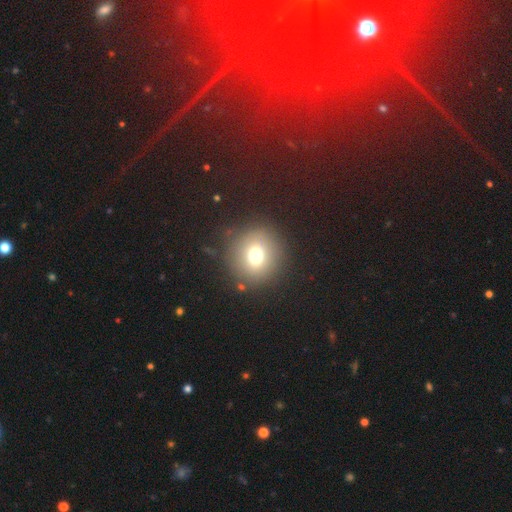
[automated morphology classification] Smooth or featured?
  - smooth: 71% *
  - star or artifact: 16%
  - featured or disk: 13%
How rounded?
  - round: 90% *
  - in between: 9%
  - cigar-shaped: 1%
Merging?
  - none: 86% *
  - minor disturbance: 8%
  - major disturbance: 4%
  - merger: 2%